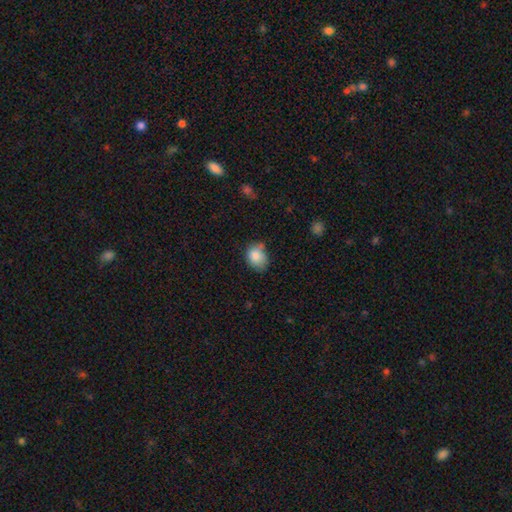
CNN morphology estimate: A smooth galaxy with no disk features (83%) that is in between round and cigar-shaped (55%). Merging: none (53%).